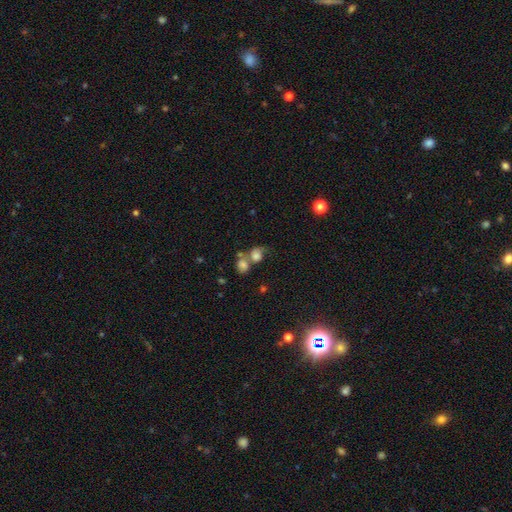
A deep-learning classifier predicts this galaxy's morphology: This appears to be a smooth galaxy with no disk features (72%) that is round (66%). Merging: merger (54%).